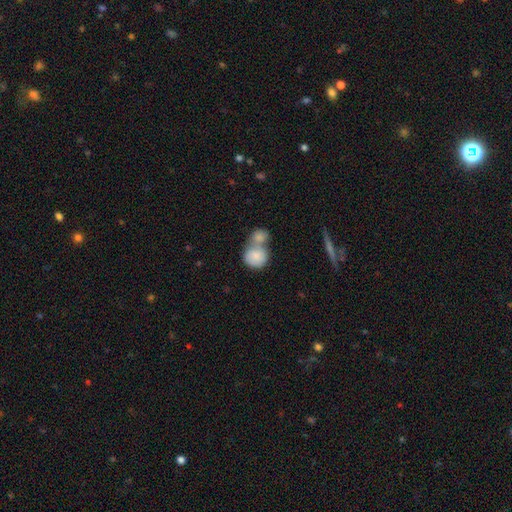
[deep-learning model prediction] Smooth or featured? smooth (82%)
How rounded? round (72%)
Merging? merger (70%)